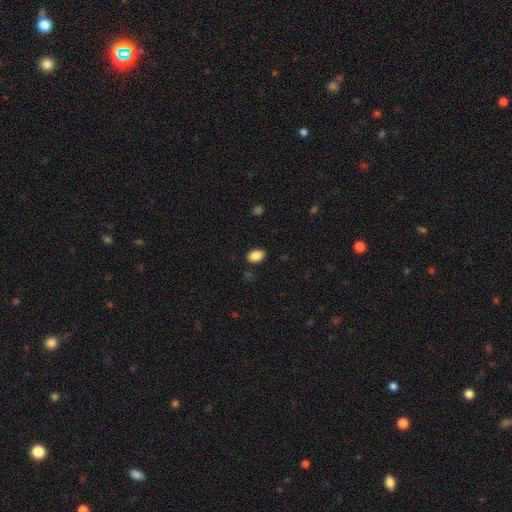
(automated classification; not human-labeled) A smooth galaxy with no disk features (88%) that is in between round and cigar-shaped (89%). Merging: none (87%).